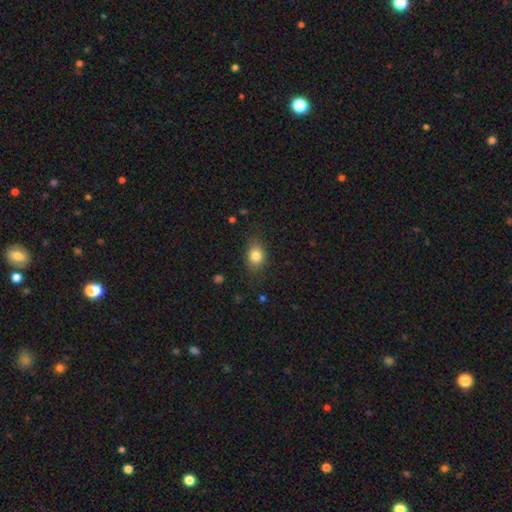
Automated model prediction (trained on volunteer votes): Morphology: type=smooth (82%); roundness=in between (59%); merging=none (81%).